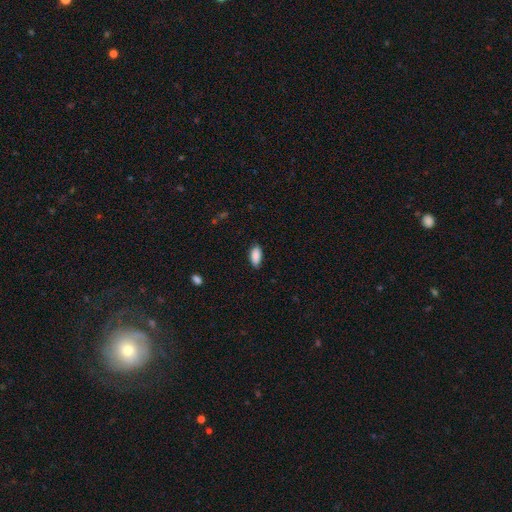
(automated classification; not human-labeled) Overall: smooth (89%). How rounded: in between (91%). Merging: none (83%).